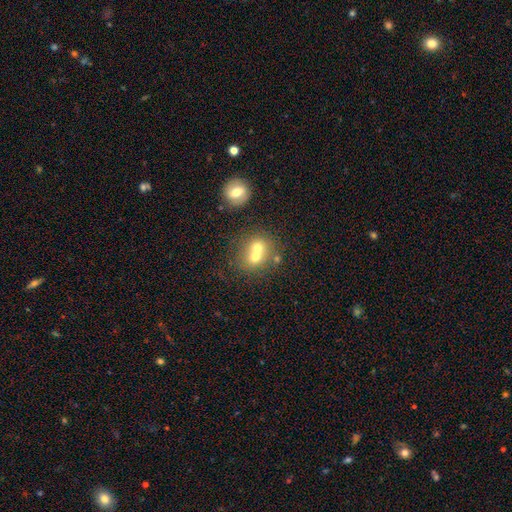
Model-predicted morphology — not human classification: Overall: smooth (64%). How rounded: round (77%). Merging: merger (57%; none 33%).